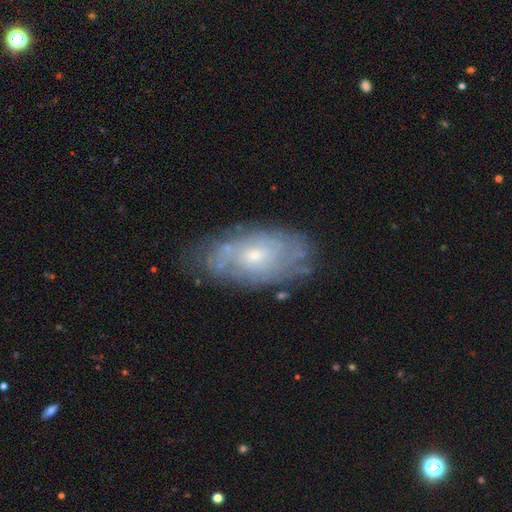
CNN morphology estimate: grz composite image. It shows a featured or disk galaxy (68%) with no bar (76%), spiral arms (75%) and a small central bulge (56%). Merging: none (74%).